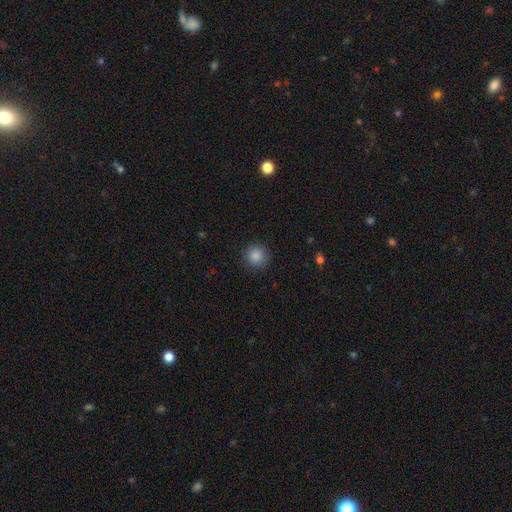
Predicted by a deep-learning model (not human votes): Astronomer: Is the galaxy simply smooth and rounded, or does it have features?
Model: smooth — 86%.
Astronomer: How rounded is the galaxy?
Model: round — 94%.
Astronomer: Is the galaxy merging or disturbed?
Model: none — 90%.